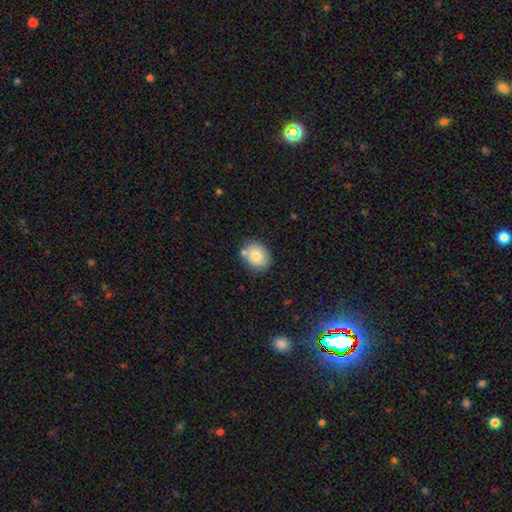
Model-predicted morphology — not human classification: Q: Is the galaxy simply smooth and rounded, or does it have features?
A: smooth — 78%.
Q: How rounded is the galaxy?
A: round — 60%.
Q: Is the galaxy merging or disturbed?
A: none — 72%.